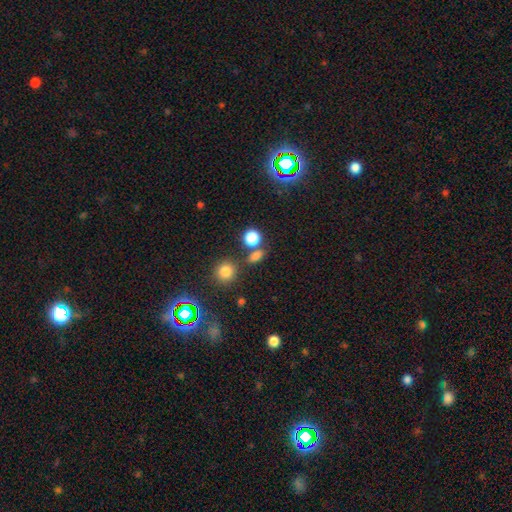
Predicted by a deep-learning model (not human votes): Morphology: type=smooth (76%); roundness=in between (50%); merging=none (68%).